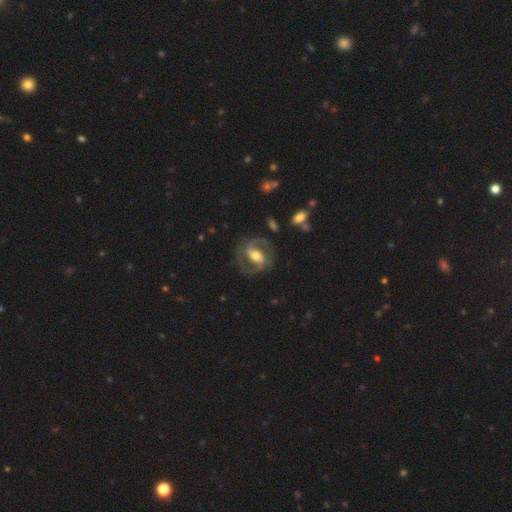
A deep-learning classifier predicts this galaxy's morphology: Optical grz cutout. It shows a featured or disk galaxy (87%) with a strong bar (43%), 2 (92%) medium (58%) spiral arms (93%) and a moderate central bulge (69%). Merging: none (80%).